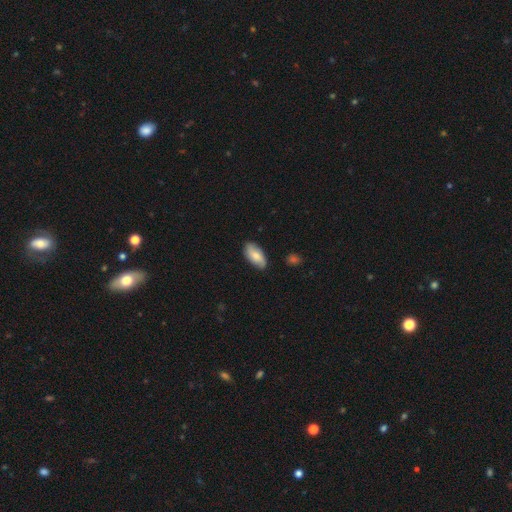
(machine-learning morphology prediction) smooth-or-featured: smooth: 71% | featured or disk: 23% | star or artifact: 7%
  how-rounded: in between: 92% | cigar-shaped: 6% | round: 2%
  merging: none: 81% | minor disturbance: 16% | major disturbance: 2% | merger: 1%